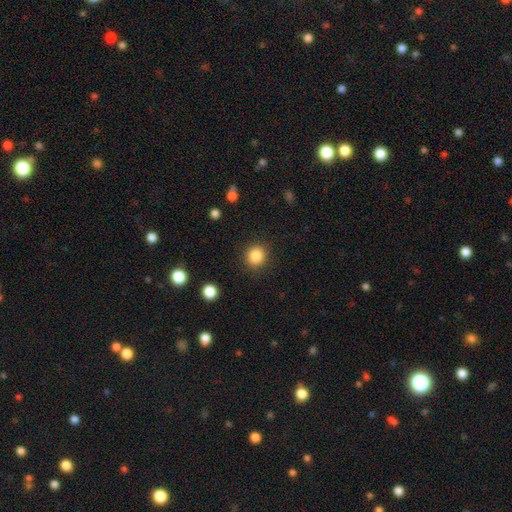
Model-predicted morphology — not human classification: smooth 86%, star or artifact 10%, featured or disk 4%. Down the decision tree: how rounded — round (89%); merging — none (90%).